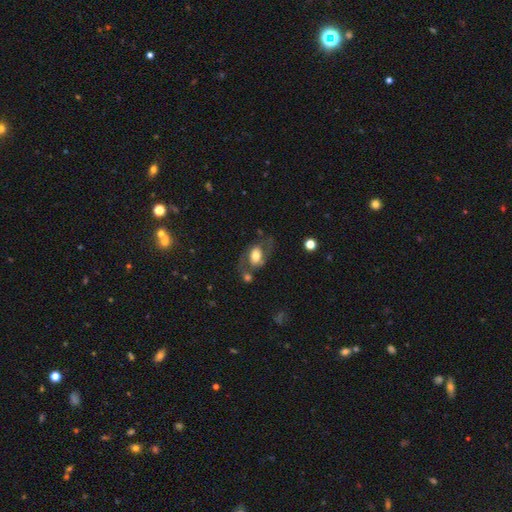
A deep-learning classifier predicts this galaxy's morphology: Q: Smooth or featured?
A: smooth (52%); runner-up: featured or disk (40%)
Q: How rounded?
A: in between (79%); runner-up: round (19%)
Q: Merging?
A: none (49%); runner-up: minor disturbance (21%)